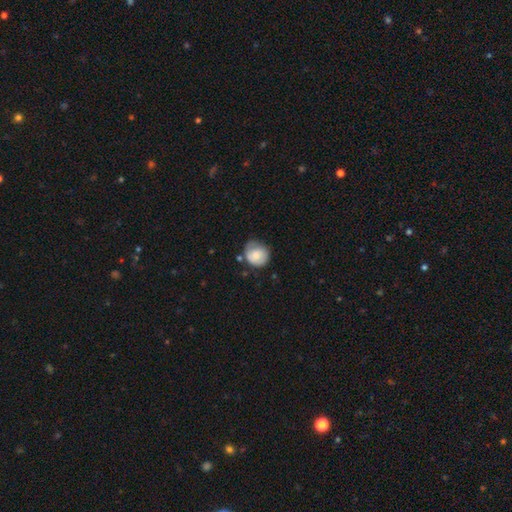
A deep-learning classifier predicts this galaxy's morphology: Q: Smooth or featured?
A: smooth (67%); runner-up: featured or disk (25%)
Q: How rounded?
A: round (81%); runner-up: in between (19%)
Q: Merging?
A: none (53%); runner-up: minor disturbance (33%)